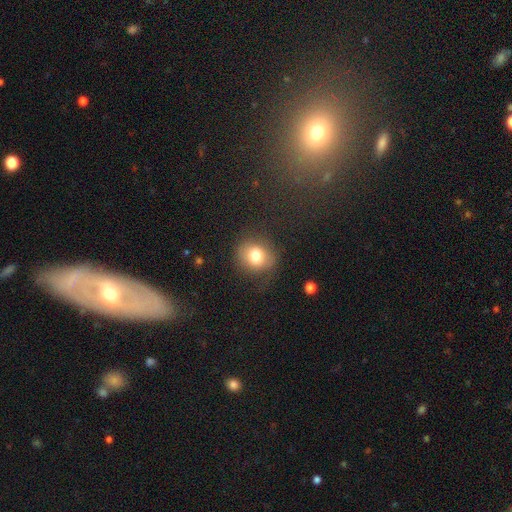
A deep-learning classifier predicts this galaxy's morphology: smooth 77%, featured or disk 13%, star or artifact 11%. Down the decision tree: how rounded — round (76%); merging — none (77%).